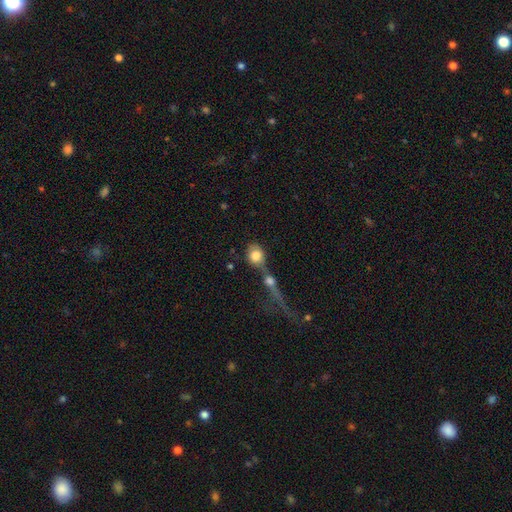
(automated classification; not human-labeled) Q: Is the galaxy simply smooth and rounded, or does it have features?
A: smooth — 75%.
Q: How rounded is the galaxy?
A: round — 65%.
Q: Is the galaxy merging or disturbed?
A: merger — 52%.